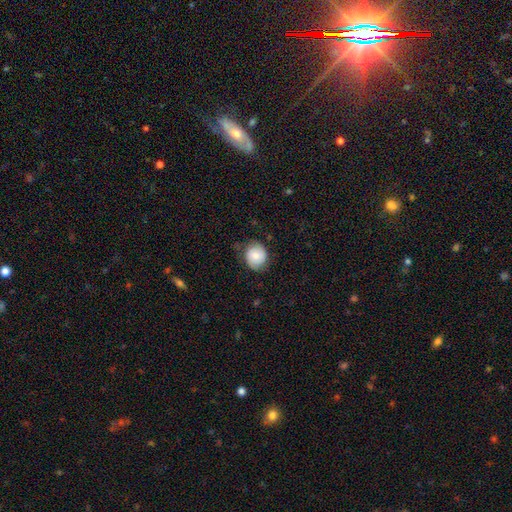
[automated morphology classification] This is likely a smooth galaxy (66%). How rounded: likely round (77%). Merging: likely none (71%).